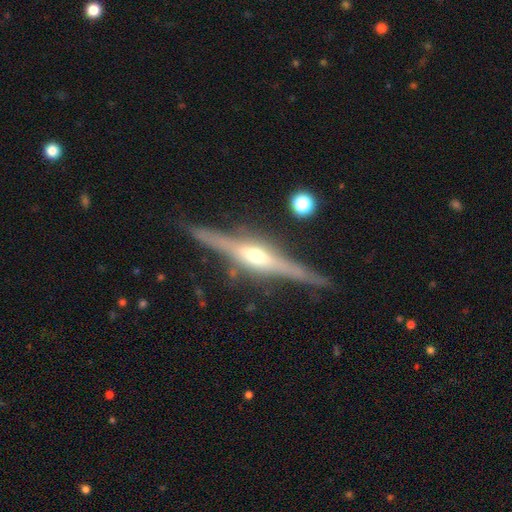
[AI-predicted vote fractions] Morphology: type=featured or disk (83%); edge-on=yes (98%); edge-on bulge=rounded (84%); merging=none (86%).